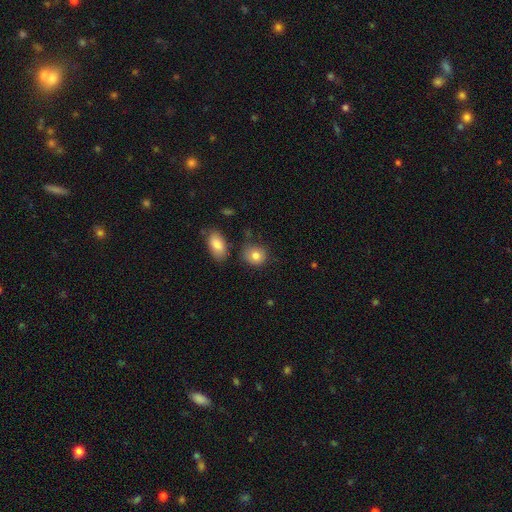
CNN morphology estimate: Overall: smooth (83%). How rounded: round (70%). Merging: none (74%).